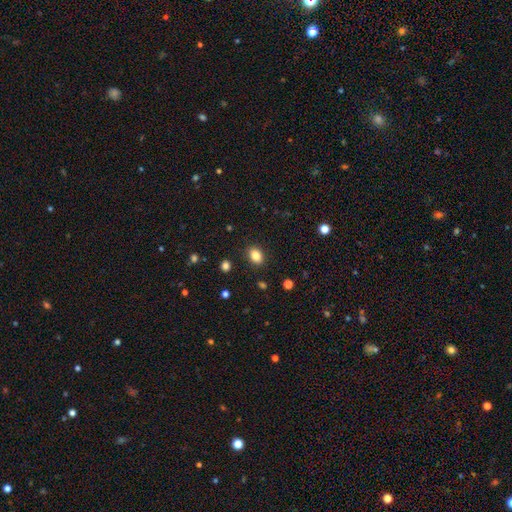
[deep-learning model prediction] Smooth or featured: smooth — 85% (star or artifact — 10%)
How rounded: in between — 71% (round — 28%)
Merging: none — 87% (minor disturbance — 9%)